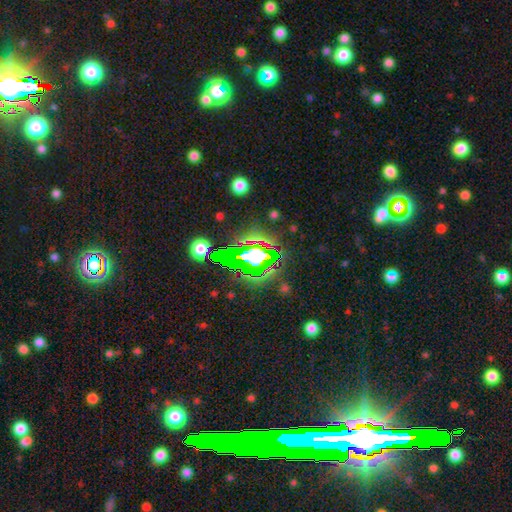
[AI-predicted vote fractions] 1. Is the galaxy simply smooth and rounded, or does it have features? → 60% star or artifact, 24% smooth, 16% featured or disk.